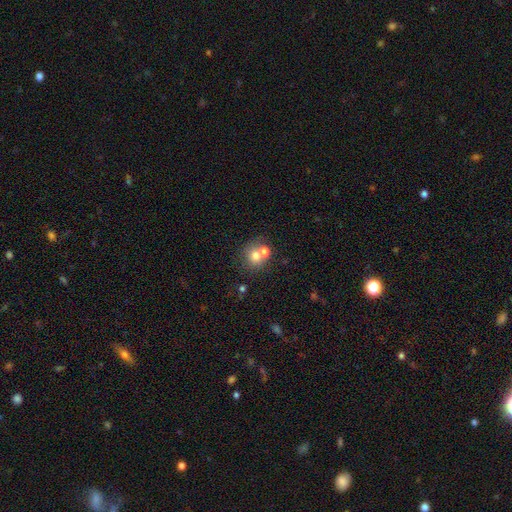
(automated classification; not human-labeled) Overall: smooth (71%). How rounded: round (81%). Merging: none (47%; merger 41%).